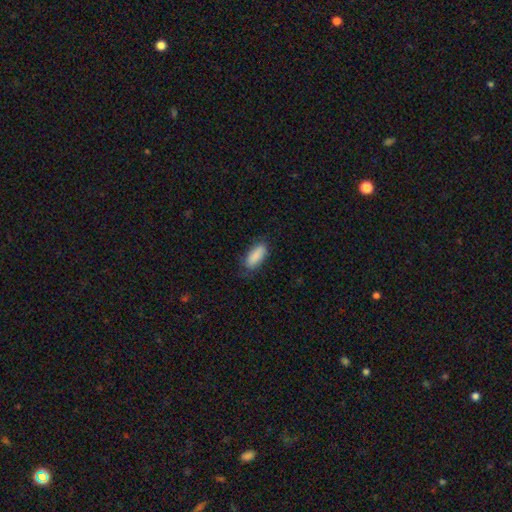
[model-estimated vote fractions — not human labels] The model was most divided on "merging": none: 74%, minor disturbance: 20%, major disturbance: 5%, merger: 1%. More confident: smooth or featured — smooth (88%); how rounded — in between (77%).